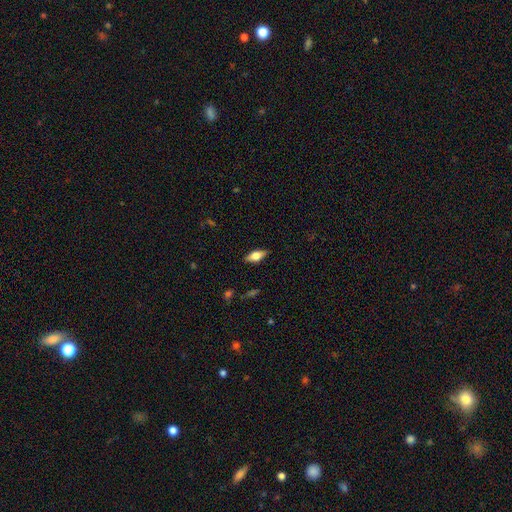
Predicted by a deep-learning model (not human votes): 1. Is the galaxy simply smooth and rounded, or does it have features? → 55% smooth, 37% featured or disk, 8% star or artifact.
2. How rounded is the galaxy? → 77% in between, 19% cigar-shaped, 4% round.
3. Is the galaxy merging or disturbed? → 87% none, 10% minor disturbance, 2% major disturbance, 1% merger.